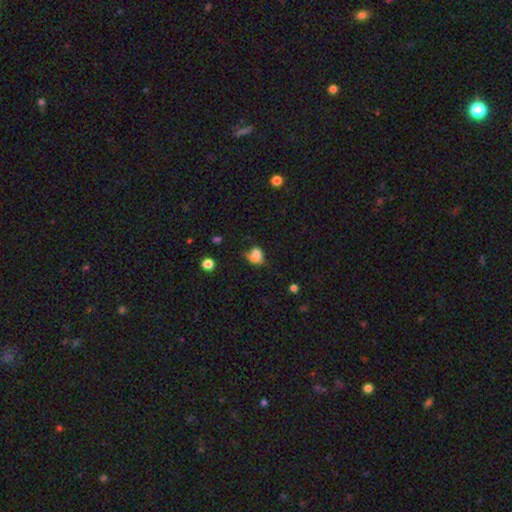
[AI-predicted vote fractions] This is likely a smooth galaxy (72%). How rounded: possibly in between (56%). Merging: marginally merger (33%).